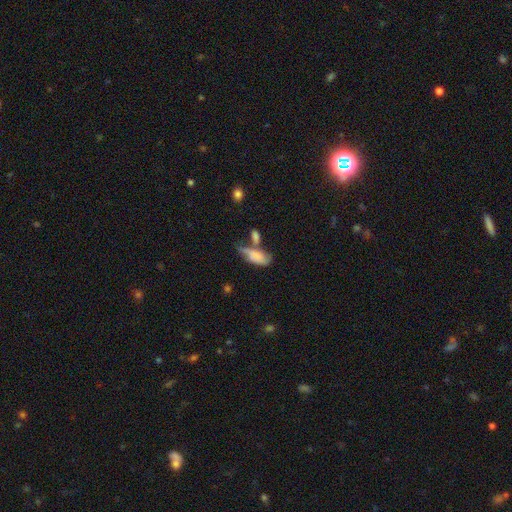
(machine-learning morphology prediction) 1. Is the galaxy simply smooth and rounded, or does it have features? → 70% smooth, 22% featured or disk, 8% star or artifact.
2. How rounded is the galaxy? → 79% in between, 18% cigar-shaped, 3% round.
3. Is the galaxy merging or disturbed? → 35% merger, 27% none, 22% minor disturbance, 16% major disturbance.